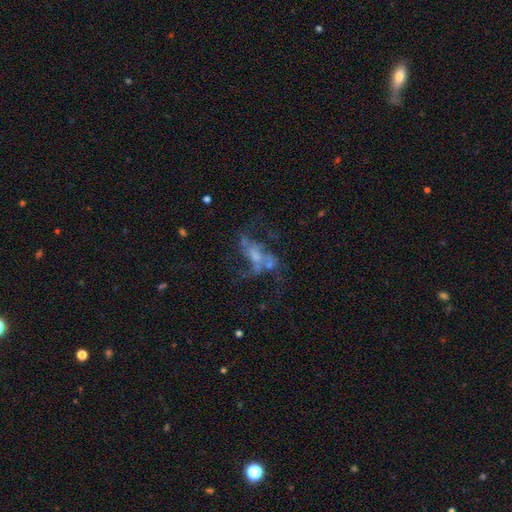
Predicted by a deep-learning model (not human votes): The model was most divided on "bulge size": small: 36%, none: 30%, moderate: 28%, large: 4%, dominant: 2%. Remaining: edge-on disk — no (95%); smooth or featured — featured or disk (66%); bar — no (64%); spiral arms — yes (55%); merging — none (38%).